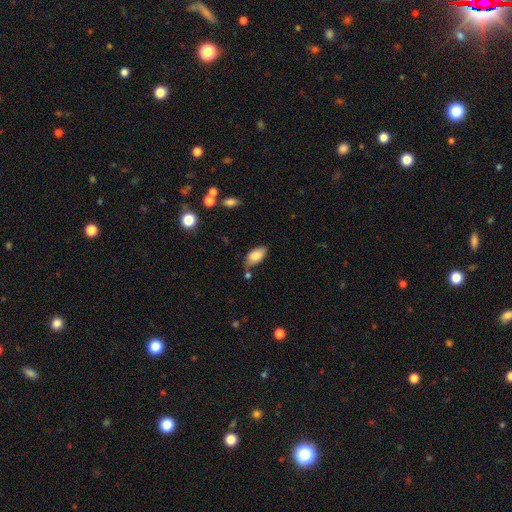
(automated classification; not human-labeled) Smooth or featured? smooth (83%)
How rounded? in between (94%)
Merging? none (67%)